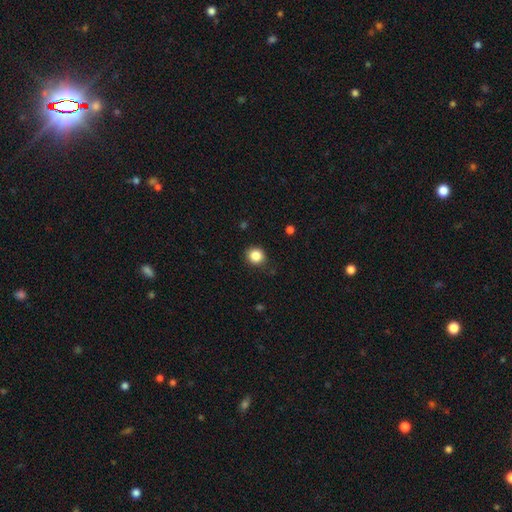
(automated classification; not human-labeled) Smooth or featured?
  - smooth: 85% *
  - star or artifact: 10%
  - featured or disk: 4%
How rounded?
  - round: 88% *
  - in between: 12%
  - cigar-shaped: 1%
Merging?
  - none: 87% *
  - minor disturbance: 9%
  - major disturbance: 2%
  - merger: 1%